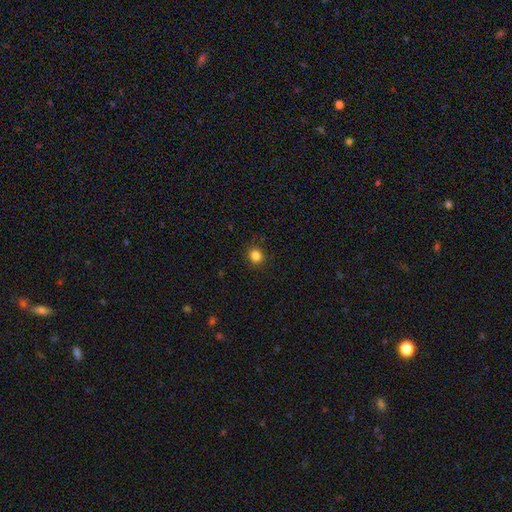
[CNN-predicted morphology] Smooth or featured: smooth — 84% (star or artifact — 12%)
How rounded: round — 87% (in between — 12%)
Merging: none — 90% (minor disturbance — 7%)